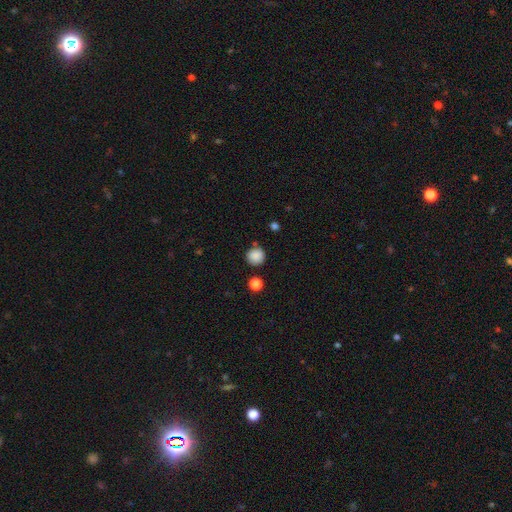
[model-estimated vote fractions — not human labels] The model was most divided on "merging": none: 81%, minor disturbance: 11%, merger: 5%, major disturbance: 3%. More confident: how rounded — round (92%); smooth or featured — smooth (87%).